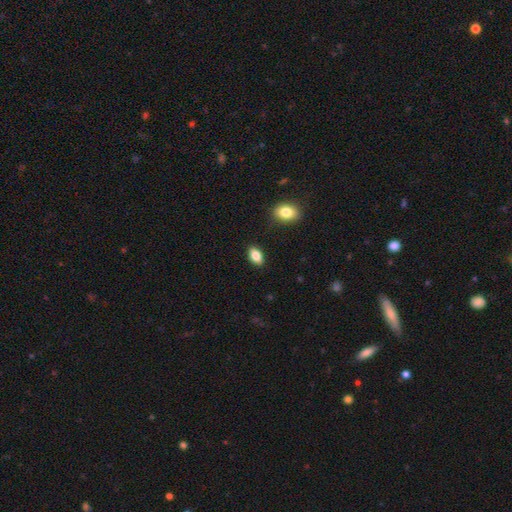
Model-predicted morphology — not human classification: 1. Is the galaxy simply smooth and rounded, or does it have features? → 83% smooth, 9% featured or disk, 8% star or artifact.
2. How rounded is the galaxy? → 90% in between, 7% round, 4% cigar-shaped.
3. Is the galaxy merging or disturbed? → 88% none, 9% minor disturbance, 2% major disturbance, 2% merger.